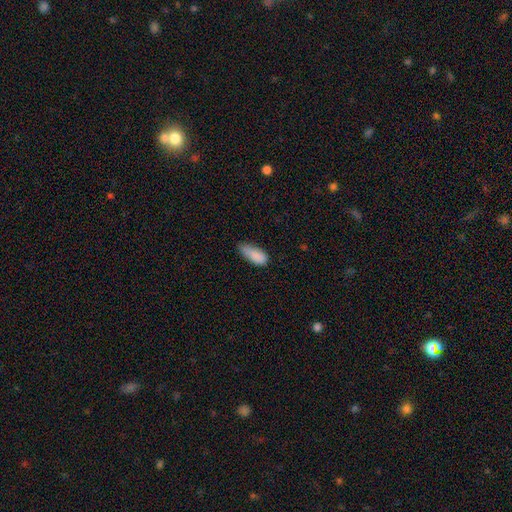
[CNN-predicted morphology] A smooth galaxy with no disk features (86%) that is in between round and cigar-shaped (82%).

Vote fractions:
- Smooth or featured? smooth: 86% / star or artifact: 8% / featured or disk: 6%
- How rounded? in between: 82% / cigar-shaped: 15% / round: 2%
- Merging? minor disturbance: 47% / none: 40% / major disturbance: 11% / merger: 2%